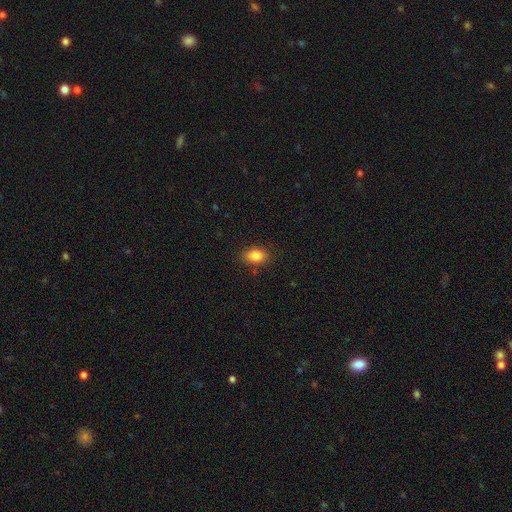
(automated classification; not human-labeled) Smooth or featured?
  - smooth: 85% *
  - star or artifact: 9%
  - featured or disk: 6%
How rounded?
  - in between: 83% *
  - round: 15%
  - cigar-shaped: 2%
Merging?
  - none: 84% *
  - minor disturbance: 12%
  - major disturbance: 3%
  - merger: 1%